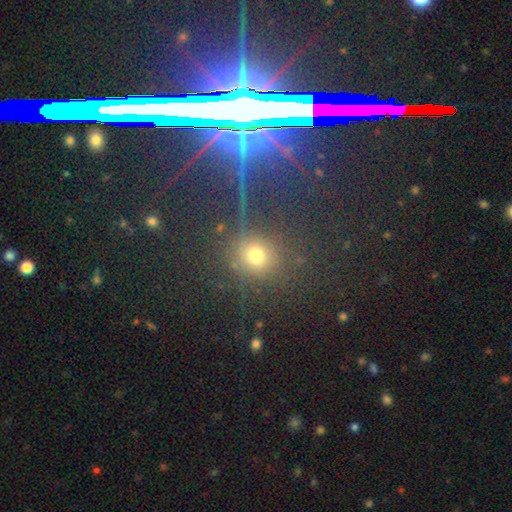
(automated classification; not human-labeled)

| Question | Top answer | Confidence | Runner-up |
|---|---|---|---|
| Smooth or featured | smooth | 55% | star or artifact (28%) |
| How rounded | round | 81% | in between (17%) |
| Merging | none | 65% | major disturbance (14%) |